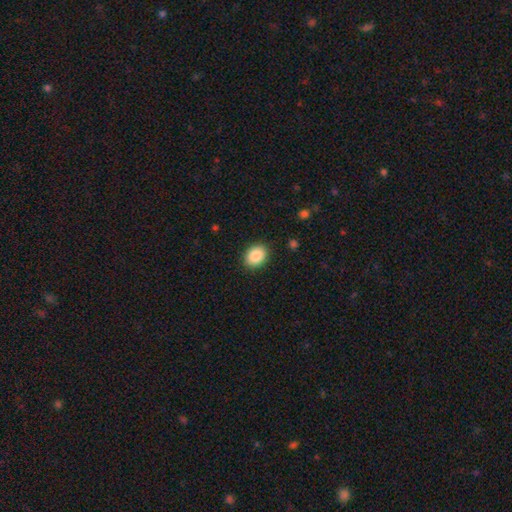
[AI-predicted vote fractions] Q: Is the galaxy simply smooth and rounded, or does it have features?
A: smooth — 88%.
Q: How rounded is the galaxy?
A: in between — 64%.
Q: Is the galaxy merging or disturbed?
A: none — 89%.